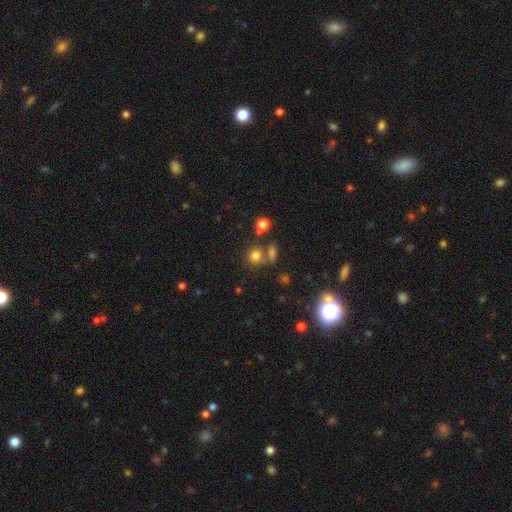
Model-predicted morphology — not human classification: Smooth or featured: smooth — 74% (star or artifact — 18%)
How rounded: round — 78% (in between — 21%)
Merging: none — 61% (merger — 23%)